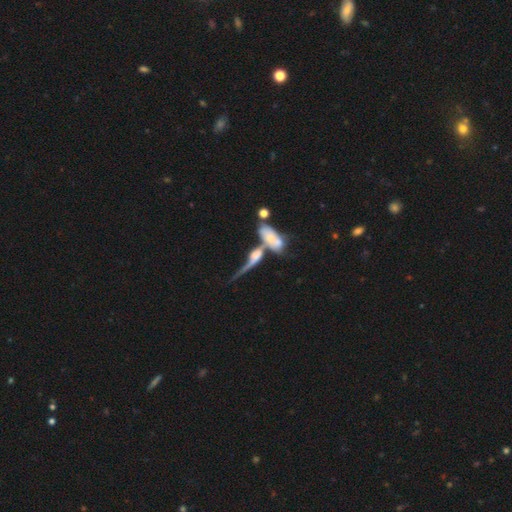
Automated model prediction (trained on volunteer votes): Overall: featured or disk (58%; smooth 33%). Edge-on disk: no (52%; yes 48%). Merging: merger (58%).